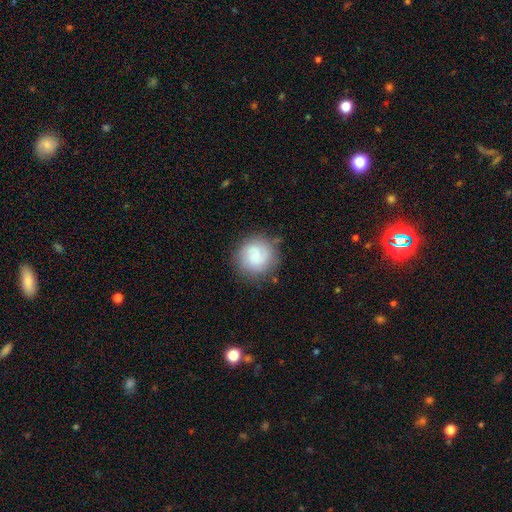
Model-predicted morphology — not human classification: This is possibly a smooth galaxy (59%). How rounded: clearly round (92%). Merging: likely none (78%).